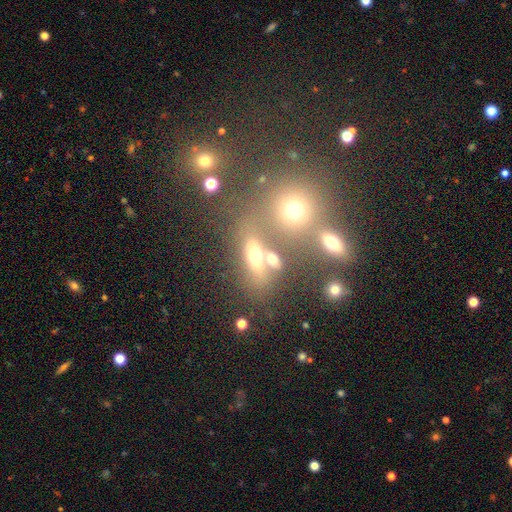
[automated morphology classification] Smooth or featured? Predicted: smooth (p=0.58). How rounded? Predicted: in between (p=0.59). Merging? Predicted: none (p=0.46).